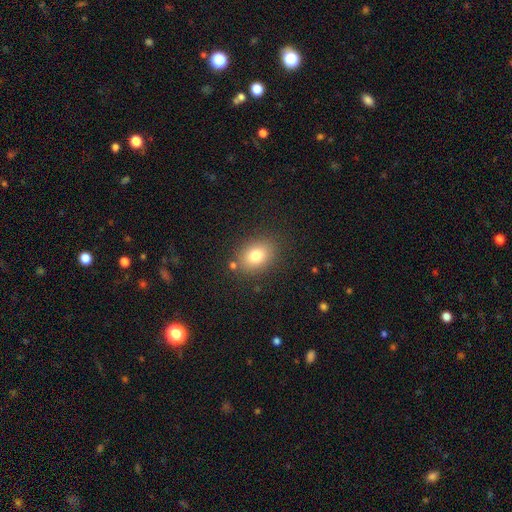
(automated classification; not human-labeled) smooth-or-featured: smooth: 79% | star or artifact: 11% | featured or disk: 10%
  how-rounded: in between: 65% | round: 34% | cigar-shaped: 1%
  merging: none: 81% | minor disturbance: 11% | merger: 4% | major disturbance: 4%